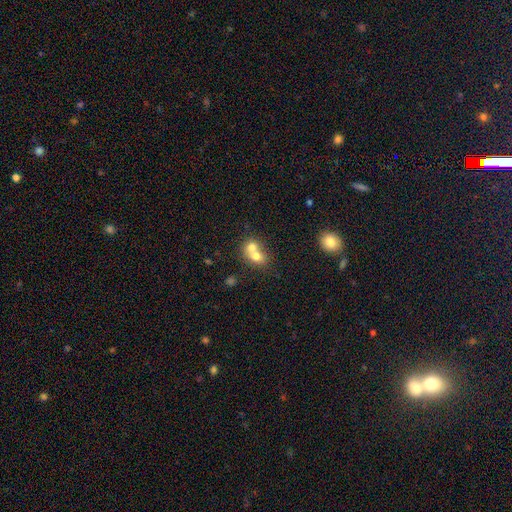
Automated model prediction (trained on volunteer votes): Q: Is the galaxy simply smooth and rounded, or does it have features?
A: smooth — 70%.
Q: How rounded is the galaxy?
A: round — 60%.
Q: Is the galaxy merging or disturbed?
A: merger — 72%.